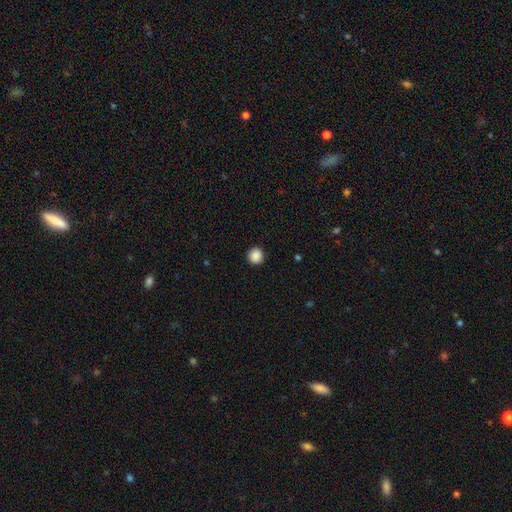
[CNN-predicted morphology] type=smooth (89%); roundness=round (93%); merging=none (92%).